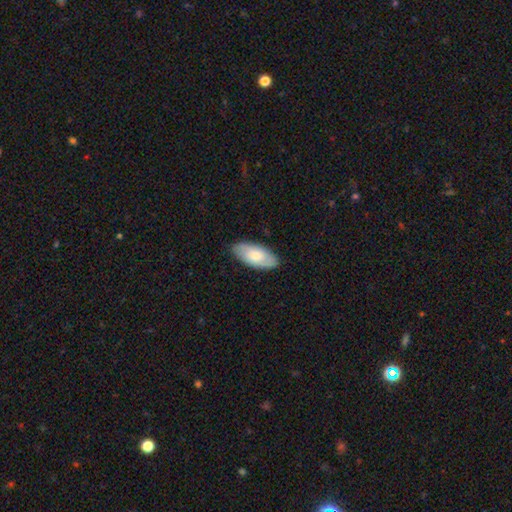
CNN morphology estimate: smooth 66%, featured or disk 28%, star or artifact 5%. Down the decision tree: how rounded — in between (91%); merging — none (83%).